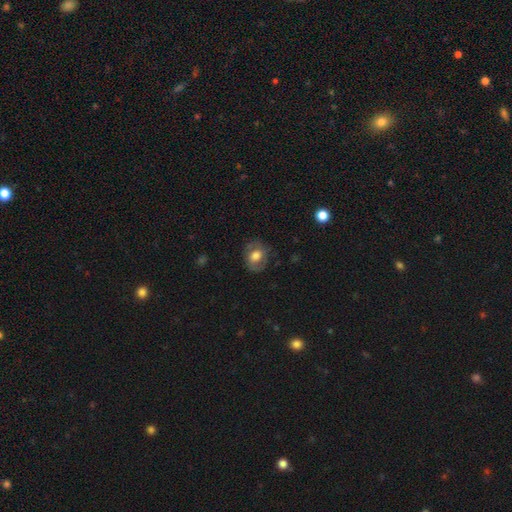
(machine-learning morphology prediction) Overall: smooth (61%; featured or disk 31%). How rounded: round (58%; in between 41%). Merging: none (75%).